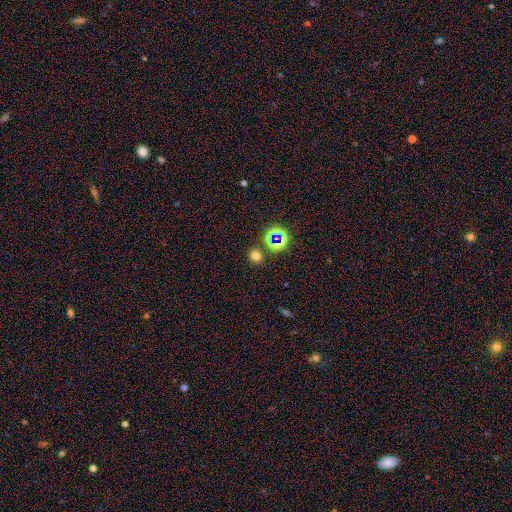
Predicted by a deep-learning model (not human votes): This is likely a smooth galaxy (68%). How rounded: clearly round (83%). Merging: clearly none (84%).